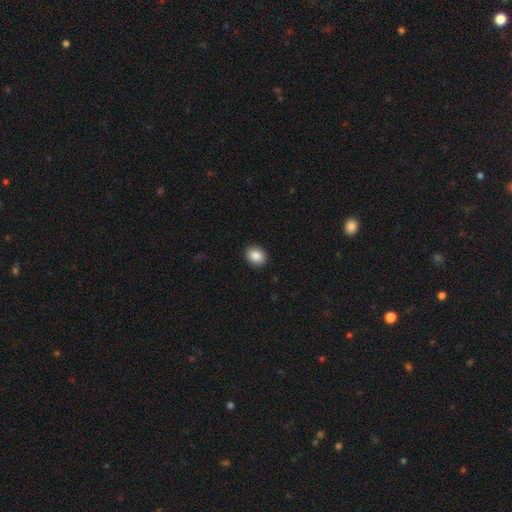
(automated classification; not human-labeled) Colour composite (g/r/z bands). It shows a smooth galaxy with no disk features (87%) that is round (57%). Merging: none (92%).